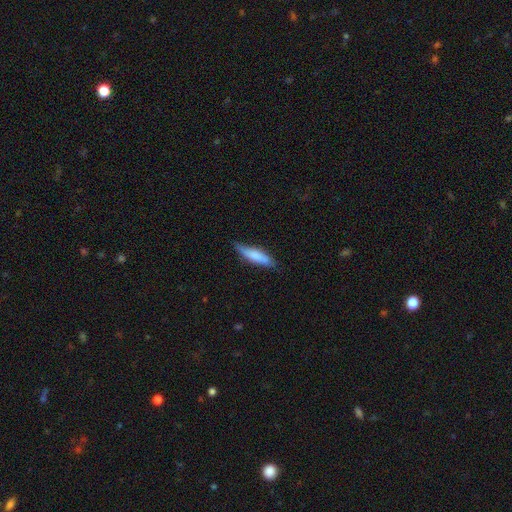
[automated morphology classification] The model was most divided on "how rounded": cigar-shaped: 71%, in between: 27%, round: 2%. More confident: smooth or featured — smooth (74%); merging — none (71%).